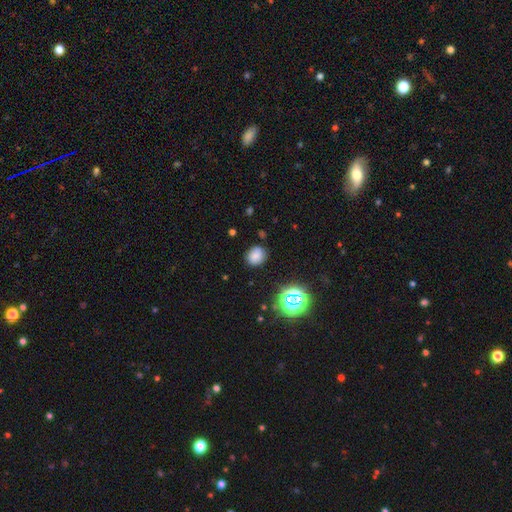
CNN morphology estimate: Smooth or featured? smooth (73%)
How rounded? round (62%)
Merging? none (82%)